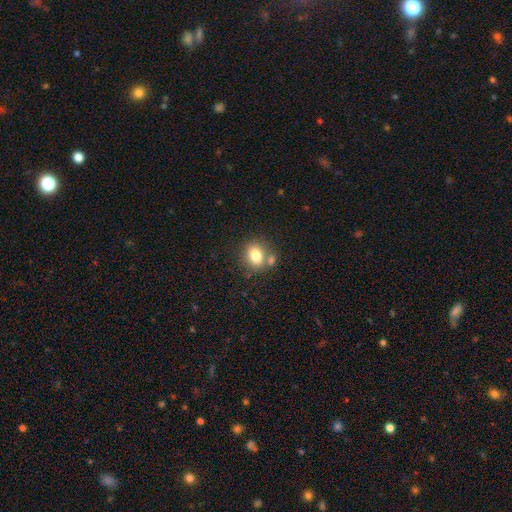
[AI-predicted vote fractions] Overall: smooth (79%). How rounded: in between (50%; round 49%). Merging: none (62%; merger 22%).